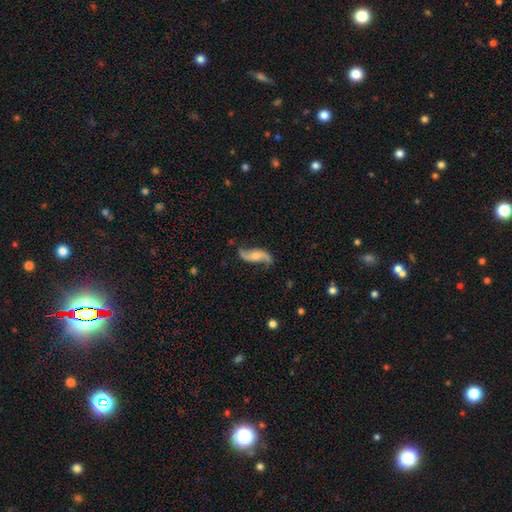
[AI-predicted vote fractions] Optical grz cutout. It shows a featured or disk galaxy (84%) with no bar (58%), 2 (94%) loose (85%) spiral arms (96%) and a moderate central bulge (47%). Merging: none (76%).